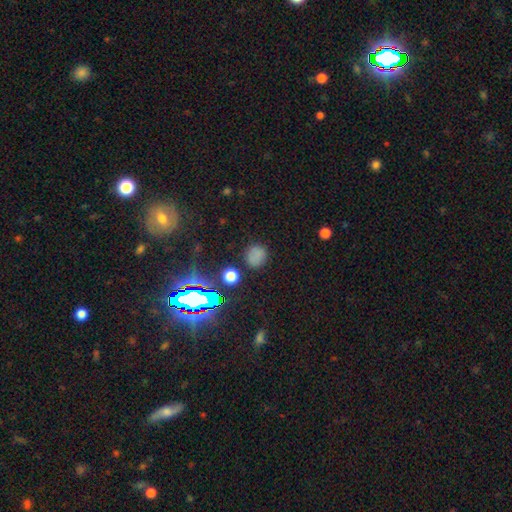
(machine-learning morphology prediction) The model was most divided on "smooth or featured": smooth: 71%, star or artifact: 23%, featured or disk: 6%. More confident: merging — none (83%); how rounded — round (83%).